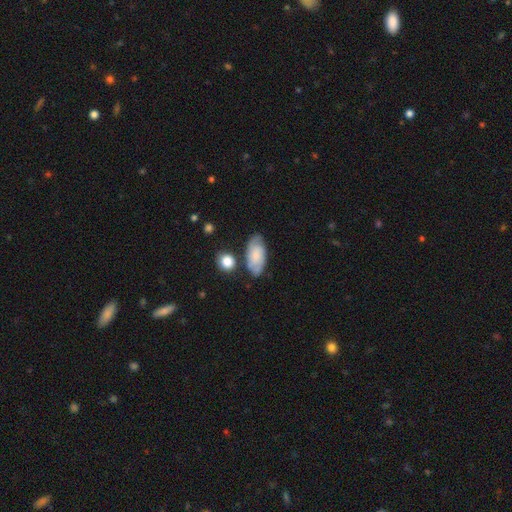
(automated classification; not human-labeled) This is possibly a smooth galaxy (53%). How rounded: clearly in between (91%). Merging: likely none (67%).